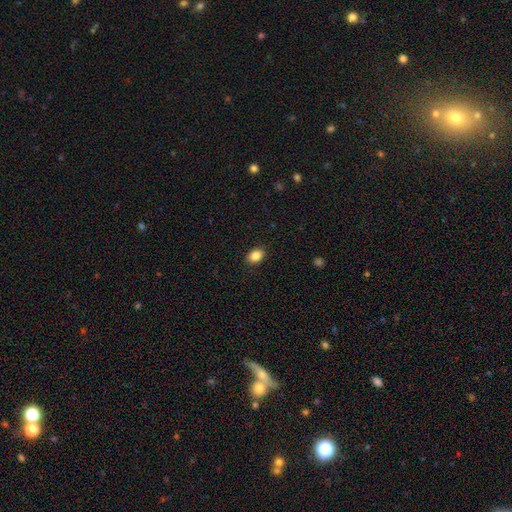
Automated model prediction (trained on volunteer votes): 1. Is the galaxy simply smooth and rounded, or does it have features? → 86% smooth, 9% star or artifact, 5% featured or disk.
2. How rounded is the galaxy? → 71% in between, 28% round, 1% cigar-shaped.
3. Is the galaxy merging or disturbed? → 90% none, 7% minor disturbance, 2% major disturbance, 1% merger.